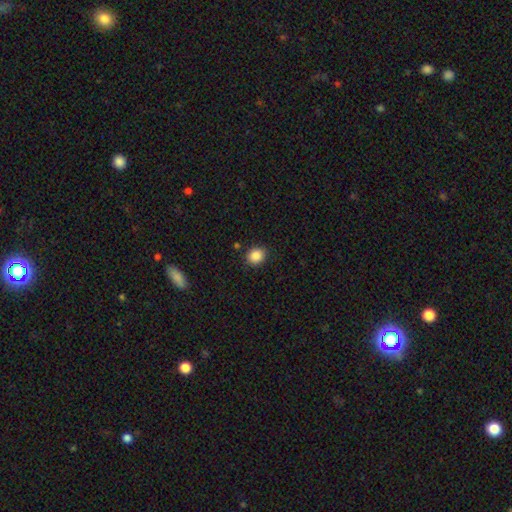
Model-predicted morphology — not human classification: The model was most divided on "how rounded": round: 68%, in between: 32%, cigar-shaped: 1%. More confident: smooth or featured — smooth (87%); merging — none (87%).